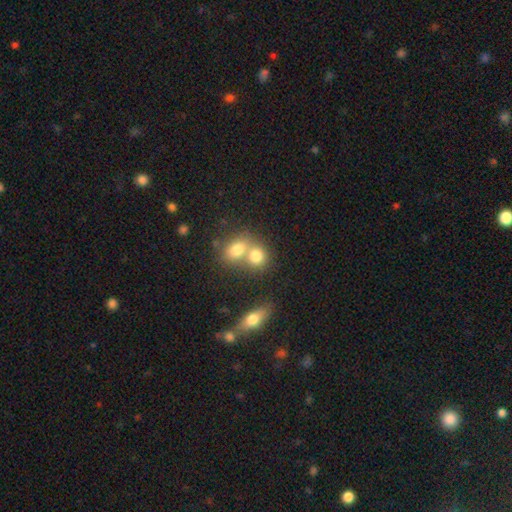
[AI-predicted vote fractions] A smooth galaxy with no disk features (76%) that is round (61%). Merging: merger (57%).